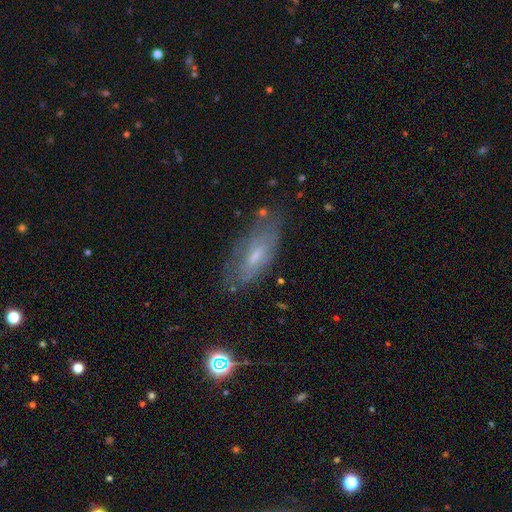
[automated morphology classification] Q: Smooth or featured?
A: featured or disk (50%); runner-up: smooth (41%)
Q: Merging?
A: none (67%); runner-up: minor disturbance (22%)